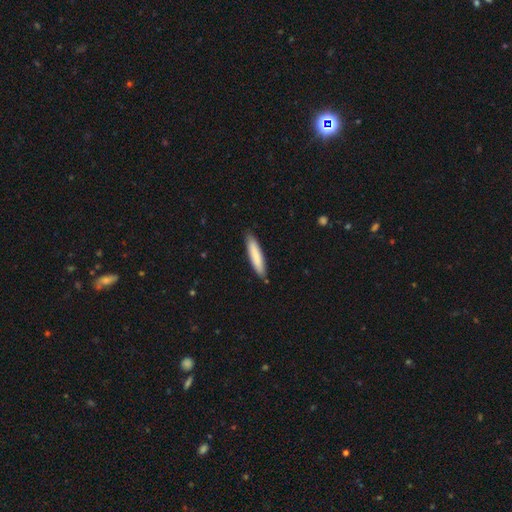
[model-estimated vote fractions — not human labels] This appears to be a smooth galaxy with no disk features (83%) that is cigar-shaped (85%). Merging: none (87%).